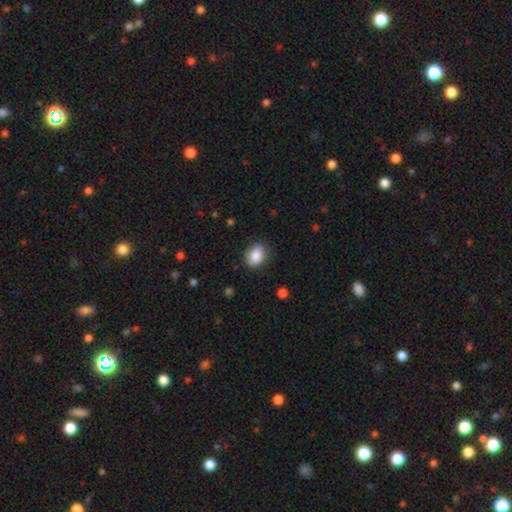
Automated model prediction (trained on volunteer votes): Overall: smooth (88%). How rounded: in between (69%; round 30%). Merging: none (83%).